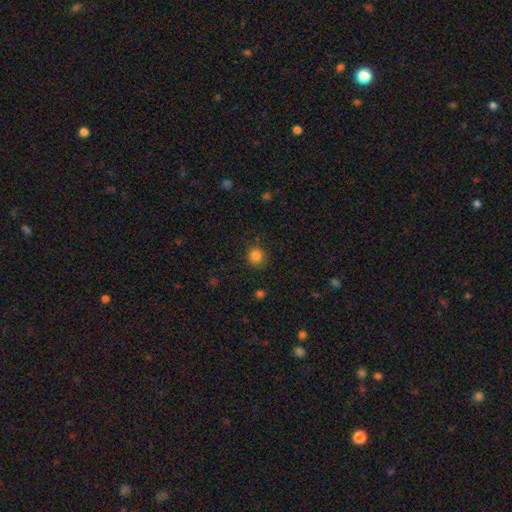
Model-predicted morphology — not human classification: A smooth galaxy with no disk features (84%) that is round (92%). Merging: none (88%).